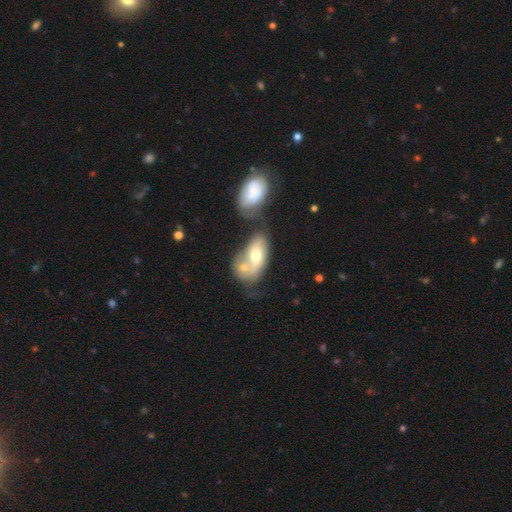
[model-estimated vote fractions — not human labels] Overall: smooth (59%; featured or disk 33%). How rounded: in between (87%). Merging: merger (60%).